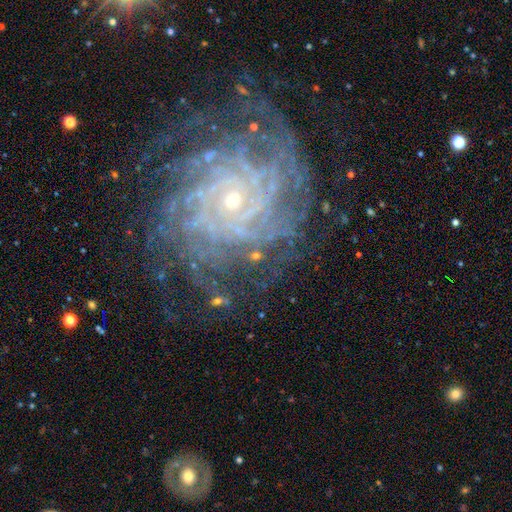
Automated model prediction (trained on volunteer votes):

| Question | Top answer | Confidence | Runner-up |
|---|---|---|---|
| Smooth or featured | featured or disk | 84% | star or artifact (10%) |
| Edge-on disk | no | 97% | yes (3%) |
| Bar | no | 71% | weak (20%) |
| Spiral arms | yes | 97% | no (3%) |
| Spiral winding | tight | 78% | medium (18%) |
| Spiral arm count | can't tell | 26% | more than 4 (23%) |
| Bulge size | small | 70% | moderate (25%) |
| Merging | none | 74% | minor disturbance (15%) |